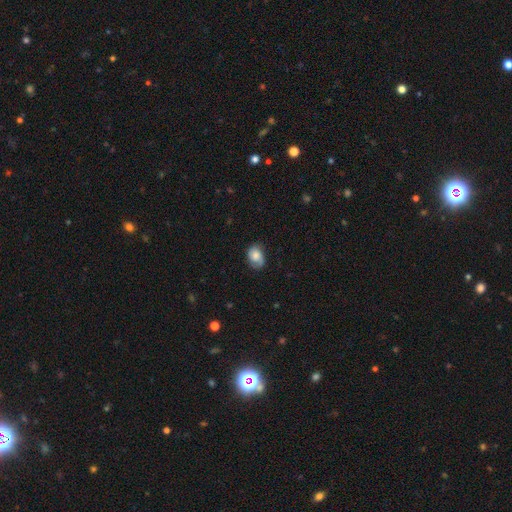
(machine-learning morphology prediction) smooth-or-featured: smooth: 62% | featured or disk: 30% | star or artifact: 8%
  how-rounded: in between: 68% | round: 31% | cigar-shaped: 1%
  merging: none: 65% | minor disturbance: 26% | major disturbance: 8% | merger: 1%